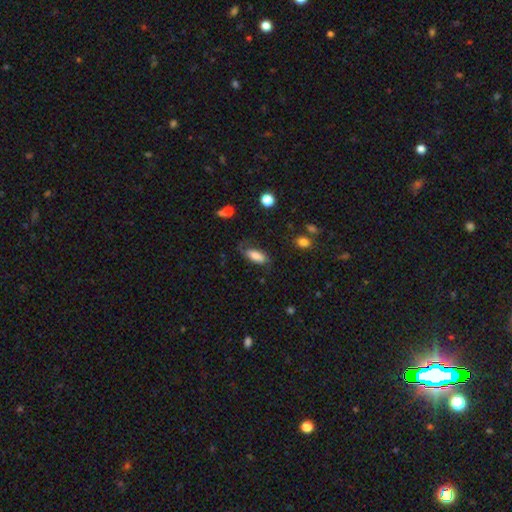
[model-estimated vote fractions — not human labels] A smooth galaxy with no disk features (74%) that is in between round and cigar-shaped (83%). Merging: none (60%).